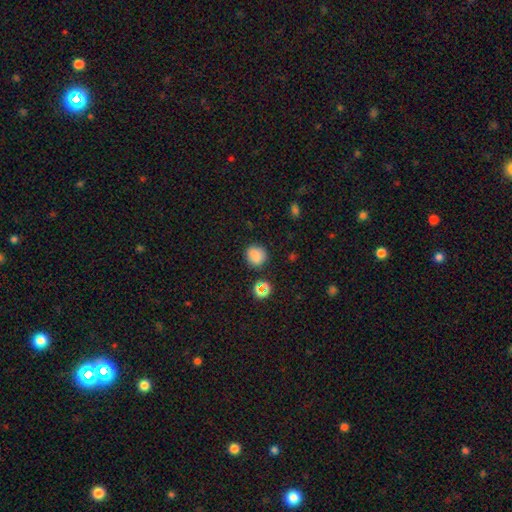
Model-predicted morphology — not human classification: Smooth or featured? smooth (81%)
How rounded? round (79%)
Merging? none (80%)